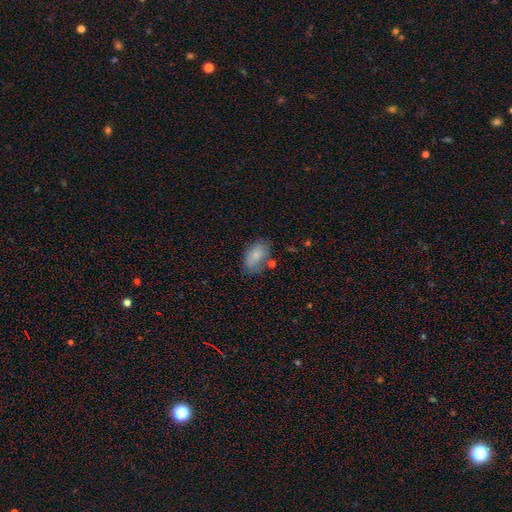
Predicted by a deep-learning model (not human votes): Smooth or featured: smooth — 77% (featured or disk — 15%)
How rounded: in between — 90% (round — 8%)
Merging: none — 55% (minor disturbance — 27%)